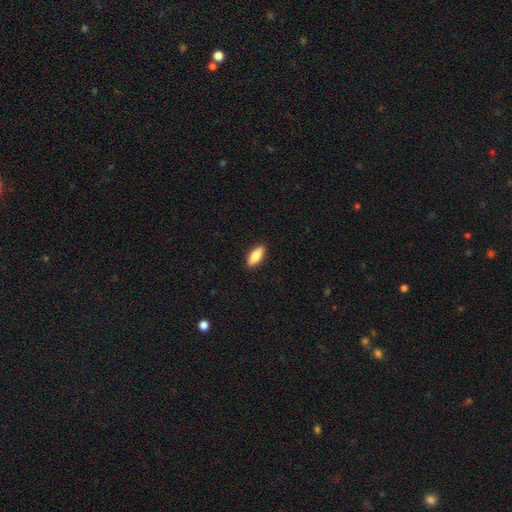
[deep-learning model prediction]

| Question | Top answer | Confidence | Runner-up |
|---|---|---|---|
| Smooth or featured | smooth | 82% | featured or disk (12%) |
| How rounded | in between | 78% | cigar-shaped (19%) |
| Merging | none | 90% | minor disturbance (7%) |